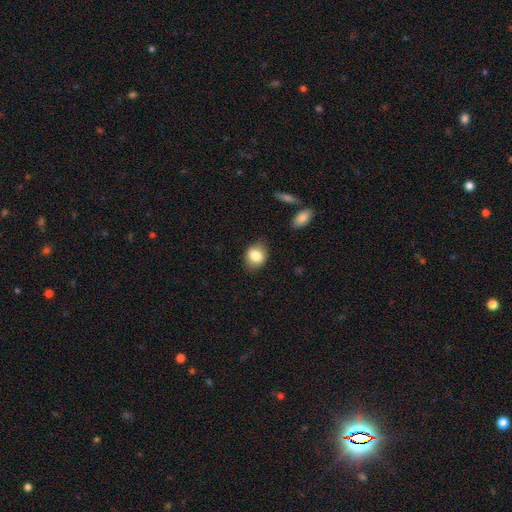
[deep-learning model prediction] Smooth or featured? smooth (80%)
How rounded? round (50%)
Merging? none (82%)